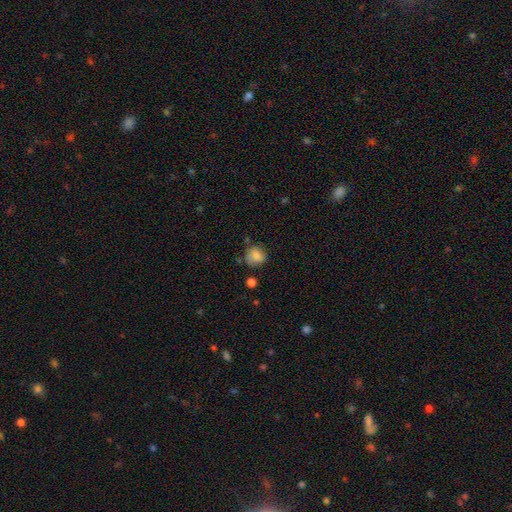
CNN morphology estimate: Smooth or featured? Predicted: smooth (p=0.78). How rounded? Predicted: round (p=0.71). Merging? Predicted: none (p=0.61).